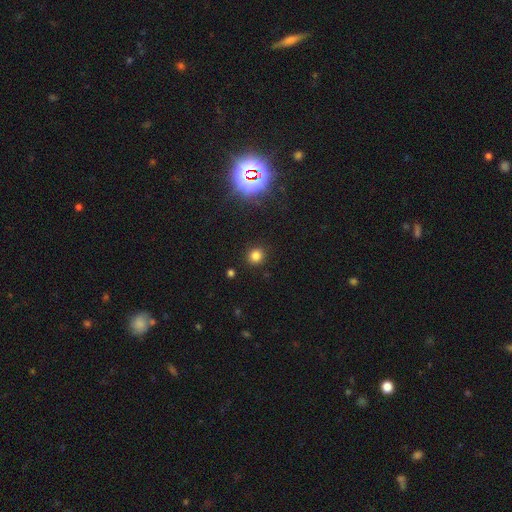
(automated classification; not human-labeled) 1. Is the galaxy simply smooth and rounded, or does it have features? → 78% smooth, 18% star or artifact, 5% featured or disk.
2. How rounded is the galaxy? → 87% round, 12% in between, 1% cigar-shaped.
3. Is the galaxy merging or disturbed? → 90% none, 6% minor disturbance, 2% major disturbance, 2% merger.